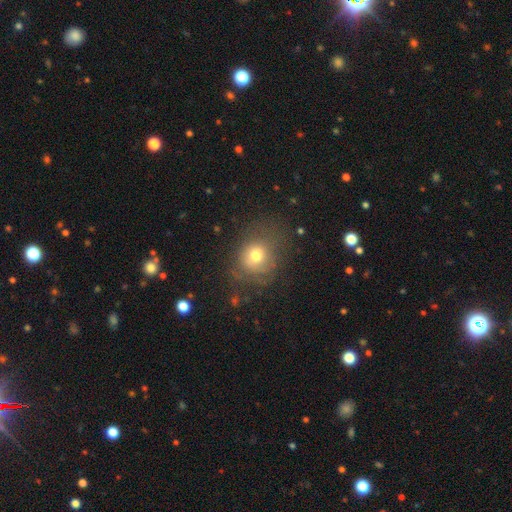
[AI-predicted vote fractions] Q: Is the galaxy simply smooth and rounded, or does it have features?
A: smooth — 70%.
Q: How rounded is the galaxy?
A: round — 72%.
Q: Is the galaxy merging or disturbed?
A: none — 60%.